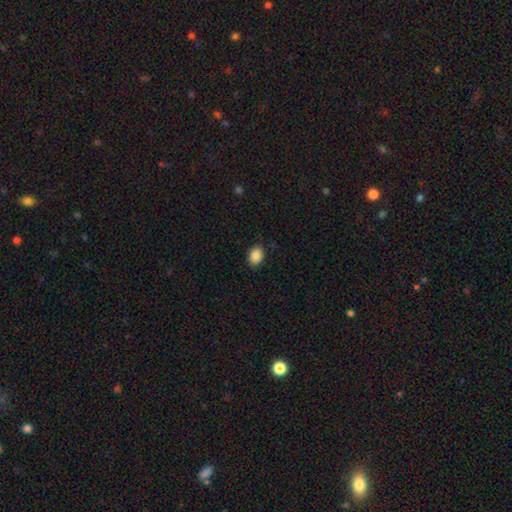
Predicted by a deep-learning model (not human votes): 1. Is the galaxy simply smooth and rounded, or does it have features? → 89% smooth, 8% star or artifact, 3% featured or disk.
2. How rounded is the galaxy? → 73% in between, 26% round, 1% cigar-shaped.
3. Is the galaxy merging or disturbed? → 87% none, 10% minor disturbance, 2% major disturbance, 1% merger.